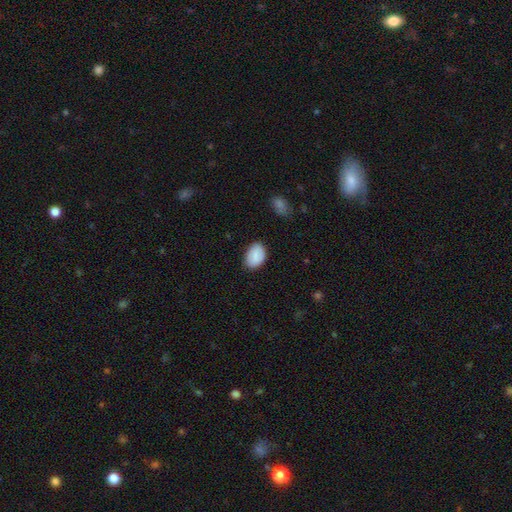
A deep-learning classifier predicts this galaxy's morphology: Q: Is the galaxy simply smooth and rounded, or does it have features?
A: smooth — 86%.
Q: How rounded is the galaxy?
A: in between — 83%.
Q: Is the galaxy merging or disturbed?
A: none — 80%.